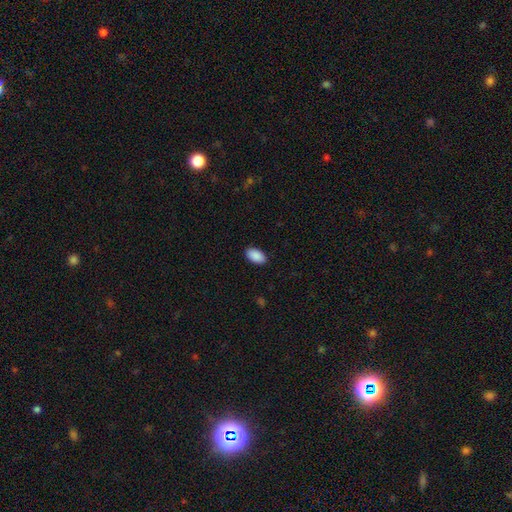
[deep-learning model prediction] Smooth or featured: smooth — 91% (star or artifact — 7%)
How rounded: in between — 95% (round — 4%)
Merging: none — 89% (minor disturbance — 8%)